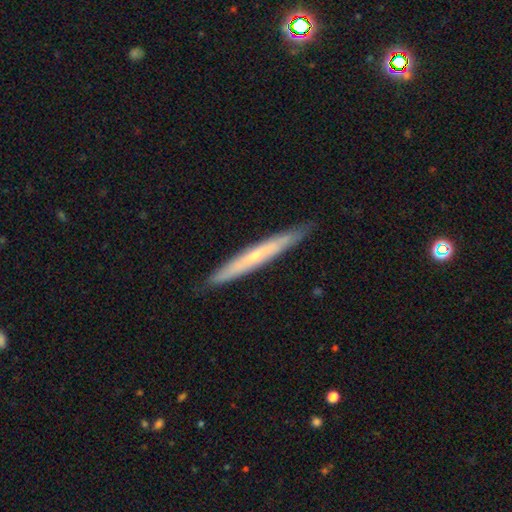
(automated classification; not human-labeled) Smooth or featured?
  - featured or disk: 54% *
  - smooth: 41%
  - star or artifact: 5%
Edge-on disk?
  - yes: 89% *
  - no: 11%
Merging?
  - none: 88% *
  - minor disturbance: 9%
  - major disturbance: 2%
  - merger: 1%